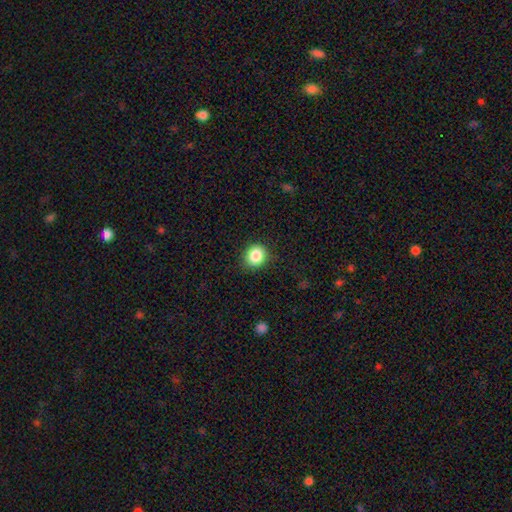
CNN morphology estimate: Smooth or featured? Predicted: smooth (p=0.86). How rounded? Predicted: round (p=0.80). Merging? Predicted: none (p=0.87).